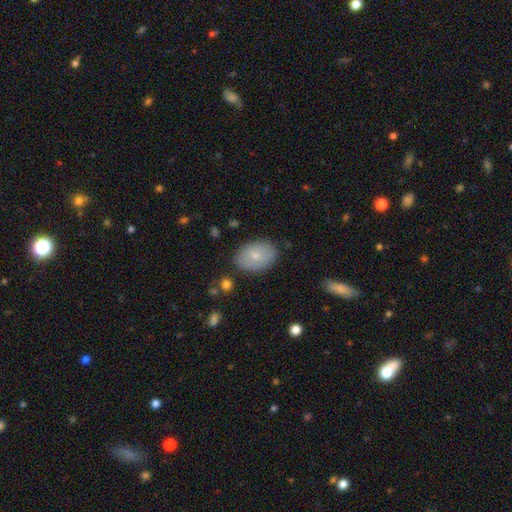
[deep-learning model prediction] Q: Smooth or featured?
A: smooth (75%); runner-up: featured or disk (18%)
Q: How rounded?
A: in between (81%); runner-up: round (18%)
Q: Merging?
A: none (83%); runner-up: minor disturbance (13%)